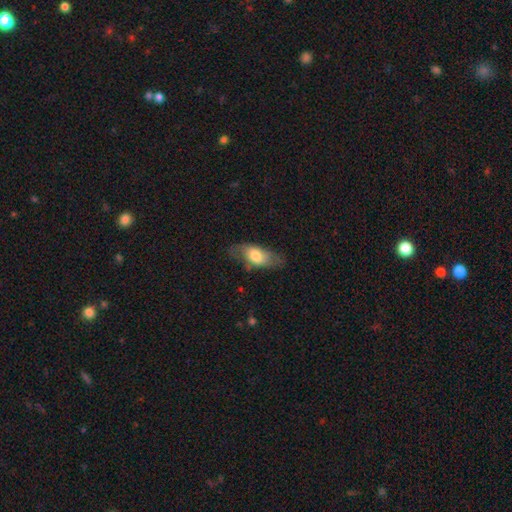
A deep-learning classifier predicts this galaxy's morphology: Smooth or featured: smooth — 63% (featured or disk — 31%)
How rounded: in between — 83% (cigar-shaped — 12%)
Merging: none — 62% (minor disturbance — 25%)